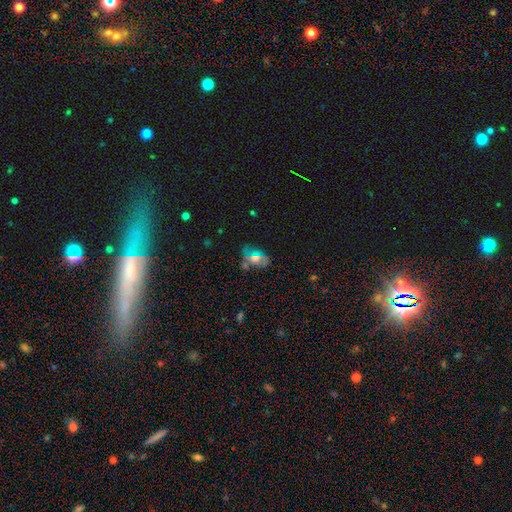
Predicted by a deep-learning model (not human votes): A smooth galaxy with no disk features (52%) that is in between round and cigar-shaped (85%).

Vote fractions:
- Smooth or featured? smooth: 52% / featured or disk: 33% / star or artifact: 16%
- How rounded? in between: 85% / round: 12% / cigar-shaped: 4%
- Merging? none: 58% / minor disturbance: 23% / merger: 10% / major disturbance: 9%